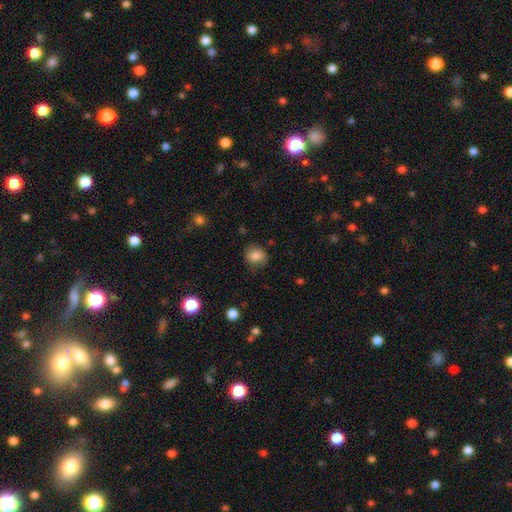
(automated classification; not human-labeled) This appears to be a smooth galaxy with no disk features (82%) that is round (66%). Merging: none (79%).